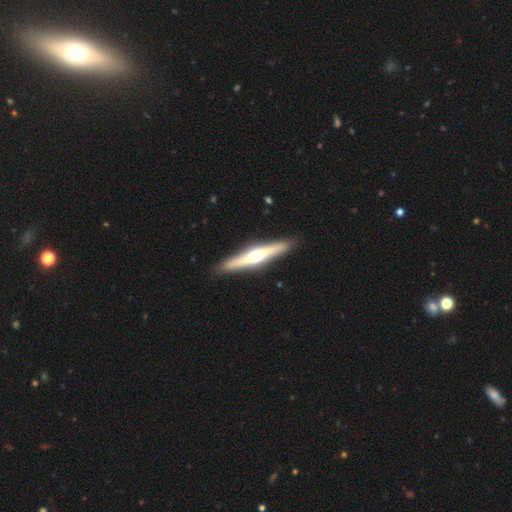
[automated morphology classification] Q: Smooth or featured?
A: featured or disk (67%); runner-up: smooth (28%)
Q: Edge-on disk?
A: yes (96%); runner-up: no (4%)
Q: Edge-on bulge?
A: rounded (91%); runner-up: none (5%)
Q: Merging?
A: none (91%); runner-up: minor disturbance (7%)